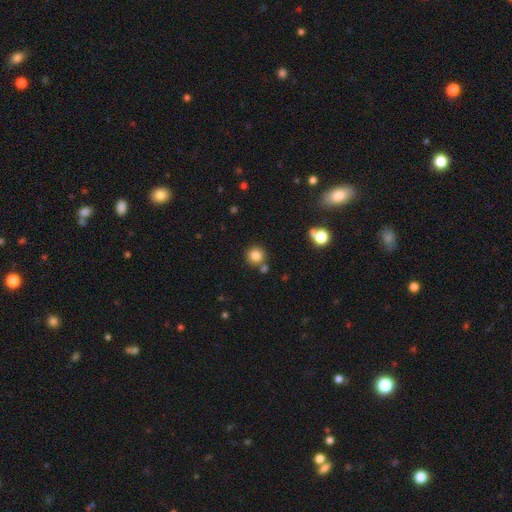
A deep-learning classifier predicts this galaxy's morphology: Smooth or featured?
  - smooth: 82% *
  - star or artifact: 12%
  - featured or disk: 7%
How rounded?
  - round: 93% *
  - in between: 6%
  - cigar-shaped: 1%
Merging?
  - none: 77% *
  - merger: 12%
  - minor disturbance: 8%
  - major disturbance: 3%